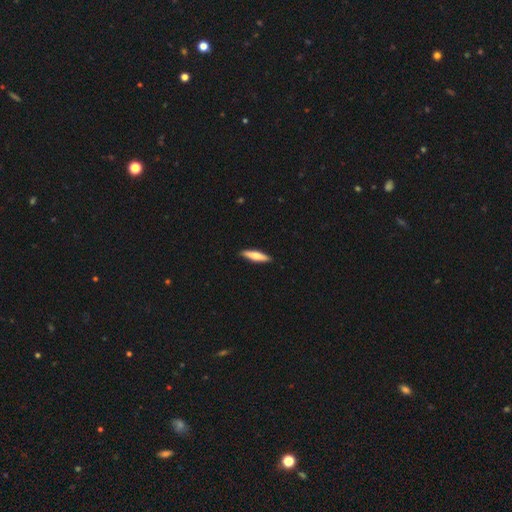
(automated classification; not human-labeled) A smooth galaxy with no disk features (66%) that is cigar-shaped (81%).

Vote fractions:
- Smooth or featured? smooth: 66% / featured or disk: 29% / star or artifact: 5%
- How rounded? cigar-shaped: 81% / in between: 18% / round: 2%
- Merging? none: 91% / minor disturbance: 7% / major disturbance: 1% / merger: 1%